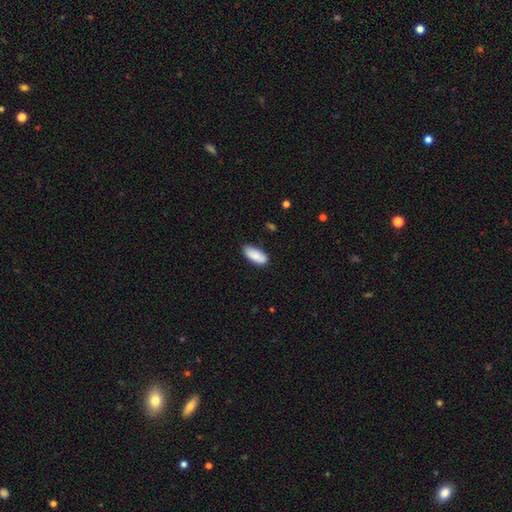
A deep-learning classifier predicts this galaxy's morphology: Smooth or featured? smooth (88%)
How rounded? in between (86%)
Merging? none (81%)